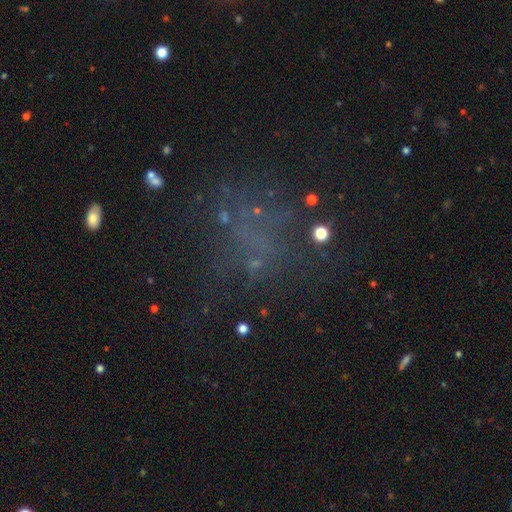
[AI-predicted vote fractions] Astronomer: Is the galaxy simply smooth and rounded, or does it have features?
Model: star or artifact — 42% (runner-up: smooth, 30%).